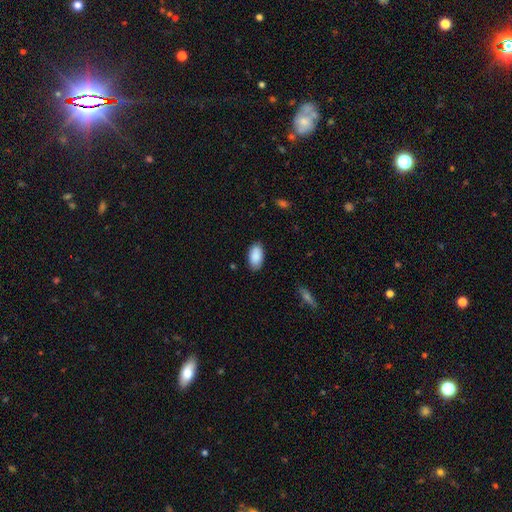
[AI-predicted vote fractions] A smooth galaxy with no disk features (90%) that is in between round and cigar-shaped (95%).

Vote fractions:
- Smooth or featured? smooth: 90% / star or artifact: 6% / featured or disk: 4%
- How rounded? in between: 95% / round: 3% / cigar-shaped: 2%
- Merging? none: 85% / minor disturbance: 11% / major disturbance: 2% / merger: 1%